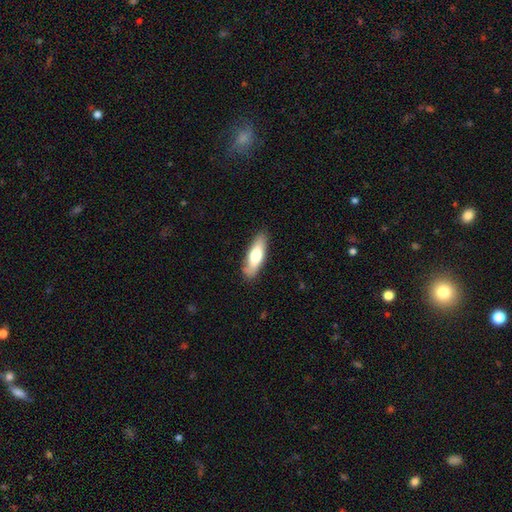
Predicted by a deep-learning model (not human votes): Smooth or featured?
  - smooth: 66% *
  - featured or disk: 29%
  - star or artifact: 6%
How rounded?
  - in between: 50% *
  - cigar-shaped: 48%
  - round: 2%
Merging?
  - none: 83% *
  - minor disturbance: 13%
  - major disturbance: 3%
  - merger: 1%